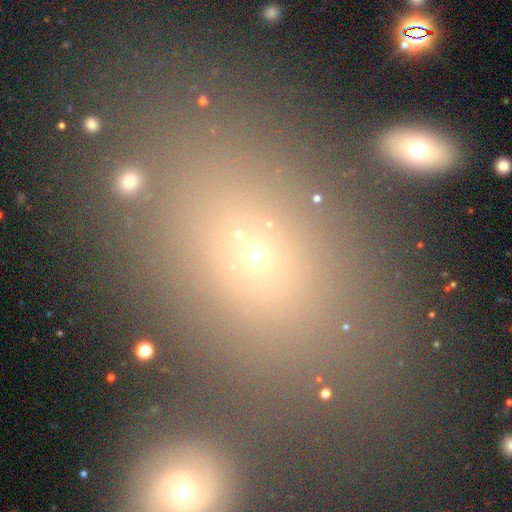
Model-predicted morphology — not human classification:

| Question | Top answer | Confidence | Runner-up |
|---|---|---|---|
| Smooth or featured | smooth | 57% | star or artifact (27%) |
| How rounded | in between | 74% | round (21%) |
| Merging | none | 67% | merger (15%) |